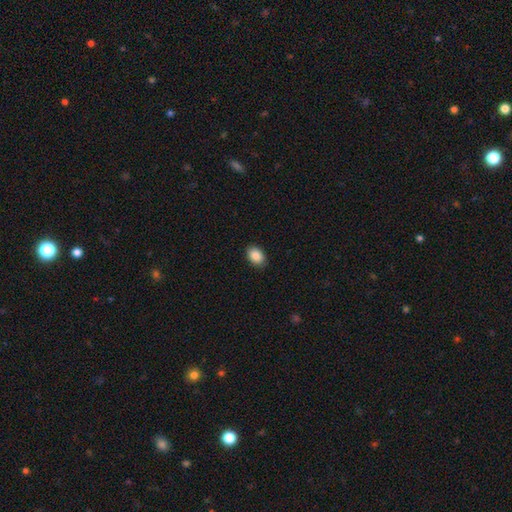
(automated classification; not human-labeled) The model was most divided on "how rounded": in between: 79%, round: 20%, cigar-shaped: 1%. More confident: merging — none (89%); smooth or featured — smooth (88%).